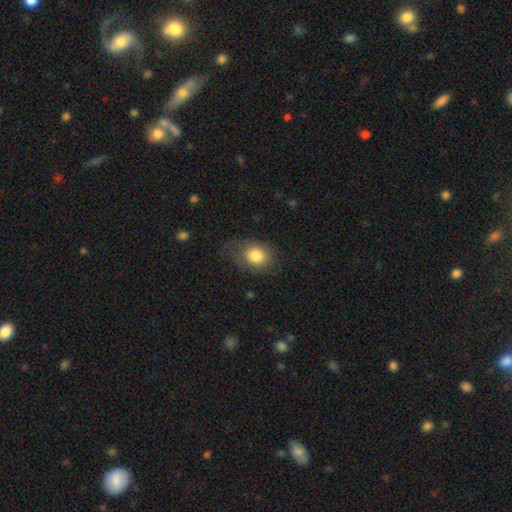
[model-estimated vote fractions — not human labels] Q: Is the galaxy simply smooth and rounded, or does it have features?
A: smooth — 78%.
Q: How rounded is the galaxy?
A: in between — 58%.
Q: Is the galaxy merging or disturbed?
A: none — 57%.